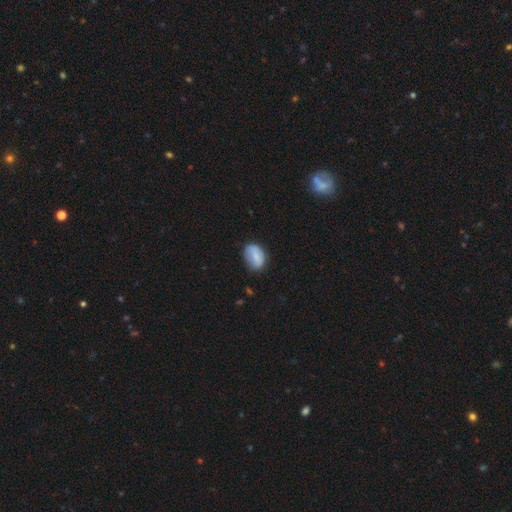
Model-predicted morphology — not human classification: type=smooth (74%); roundness=in between (78%); merging=none (69%).